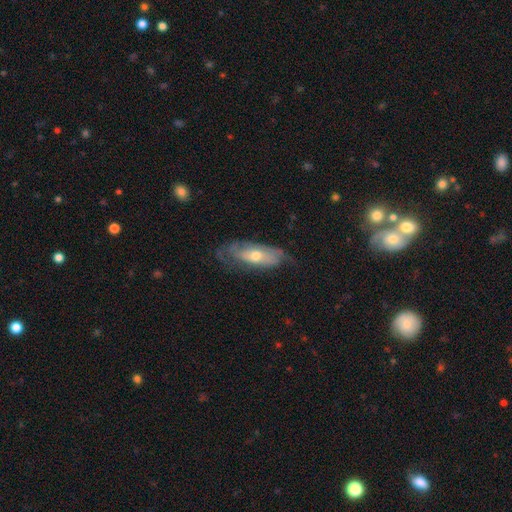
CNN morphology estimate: Smooth or featured? Predicted: featured or disk (p=0.58). Edge-on disk? Predicted: no (p=0.77). Merging? Predicted: none (p=0.55).